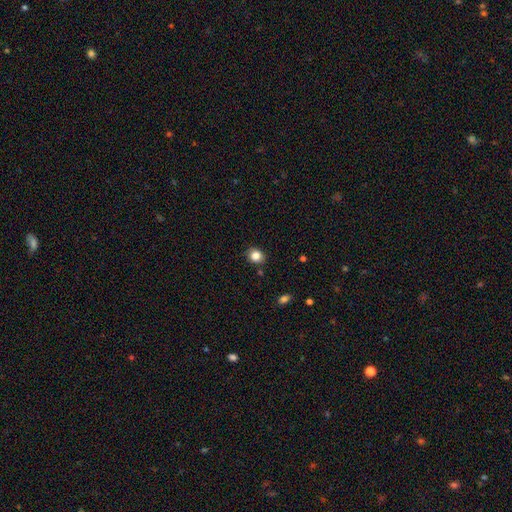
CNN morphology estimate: Smooth or featured: smooth — 84% (star or artifact — 10%)
How rounded: round — 71% (in between — 28%)
Merging: none — 84% (minor disturbance — 11%)